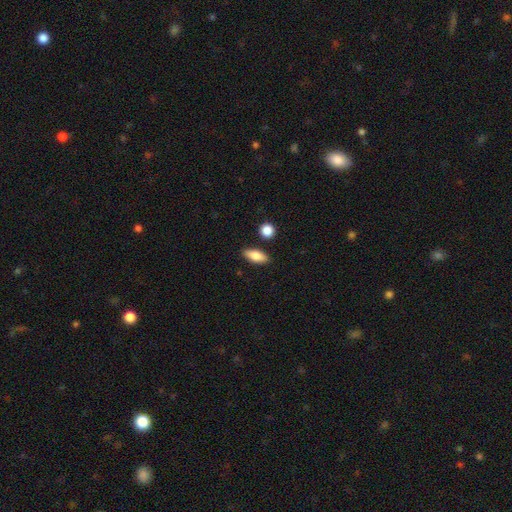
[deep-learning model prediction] Smooth or featured? Predicted: smooth (p=0.78). How rounded? Predicted: in between (p=0.77). Merging? Predicted: none (p=0.86).